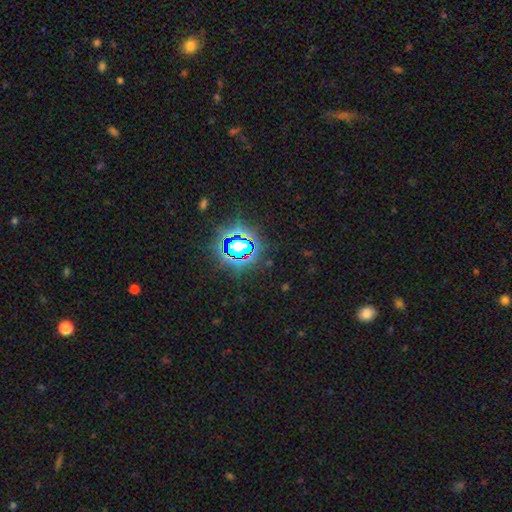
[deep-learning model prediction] Smooth or featured?
  - star or artifact: 81% *
  - smooth: 12%
  - featured or disk: 7%